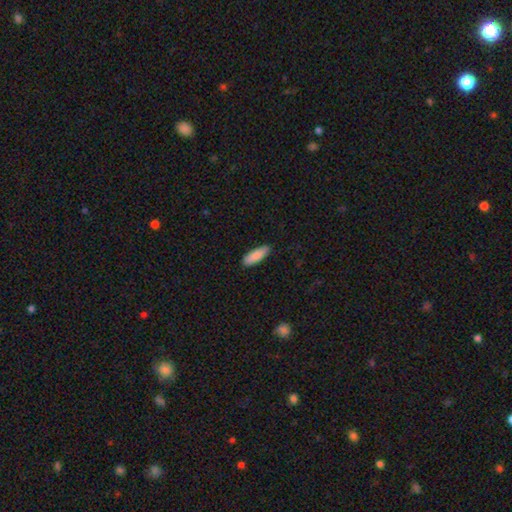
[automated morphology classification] Smooth or featured? smooth (88%)
How rounded? in between (60%)
Merging? none (86%)